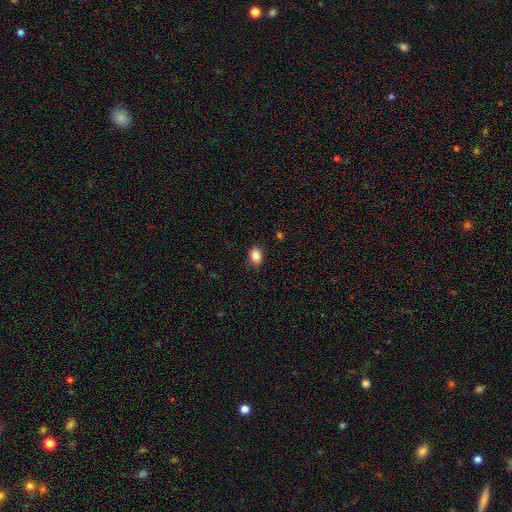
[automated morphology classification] Overall: smooth (86%). How rounded: in between (75%). Merging: none (84%).